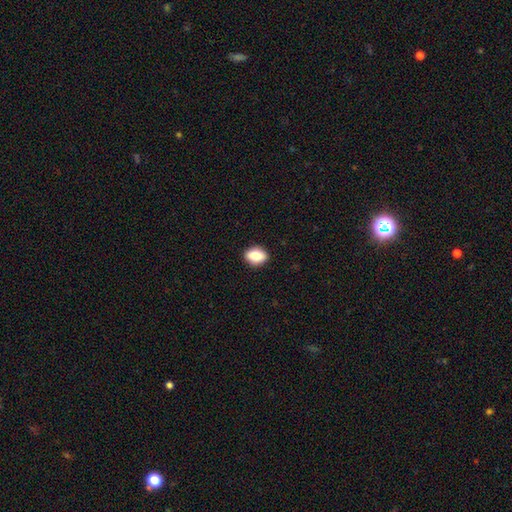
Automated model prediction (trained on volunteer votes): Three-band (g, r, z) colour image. It shows a smooth galaxy with no disk features (79%) that is in between round and cigar-shaped (72%). Merging: none (89%).